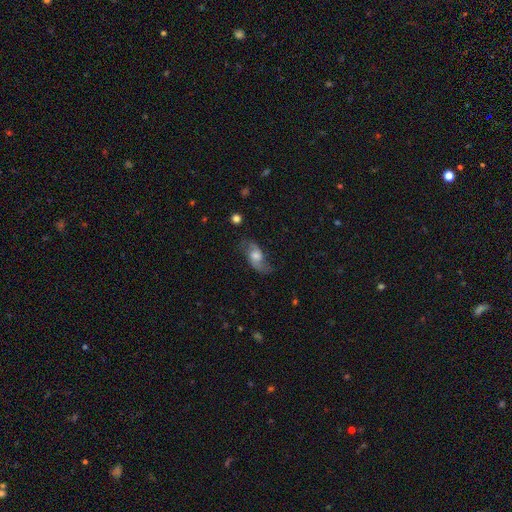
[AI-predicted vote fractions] Q: Smooth or featured?
A: featured or disk (72%); runner-up: smooth (20%)
Q: Edge-on disk?
A: no (93%); runner-up: yes (7%)
Q: Bar?
A: no (62%); runner-up: weak (31%)
Q: Spiral arms?
A: yes (92%); runner-up: no (8%)
Q: Spiral winding?
A: loose (71%); runner-up: medium (23%)
Q: Spiral arm count?
A: 2 (90%); runner-up: can't tell (4%)
Q: Bulge size?
A: moderate (55%); runner-up: large (20%)
Q: Merging?
A: none (69%); runner-up: minor disturbance (19%)